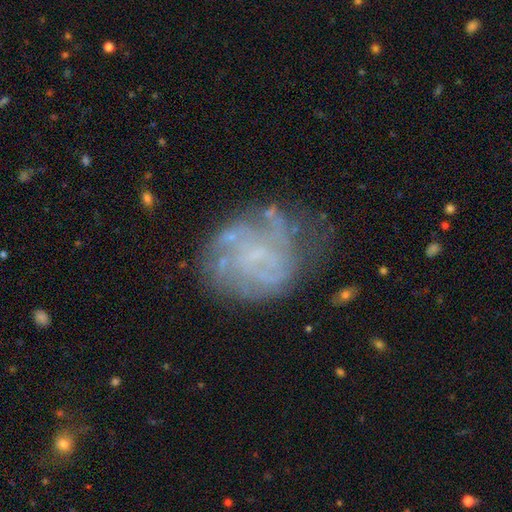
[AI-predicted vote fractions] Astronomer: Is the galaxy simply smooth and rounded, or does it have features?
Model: featured or disk — 70%.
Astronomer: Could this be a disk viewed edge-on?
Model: no — 98%.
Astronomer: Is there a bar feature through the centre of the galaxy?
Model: no — 68%.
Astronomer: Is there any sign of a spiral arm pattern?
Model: yes — 62% (runner-up: no, 38%).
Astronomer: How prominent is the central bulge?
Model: none — 56% (runner-up: small, 32%).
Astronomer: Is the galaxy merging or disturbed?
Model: none — 51%.